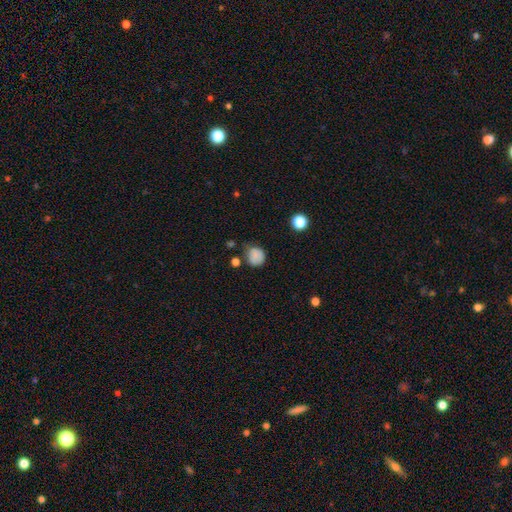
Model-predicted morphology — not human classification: A smooth galaxy with no disk features (82%) that is round (83%).

Vote fractions:
- Smooth or featured? smooth: 82% / star or artifact: 12% / featured or disk: 6%
- How rounded? round: 83% / in between: 16% / cigar-shaped: 1%
- Merging? none: 60% / minor disturbance: 28% / major disturbance: 7% / merger: 4%